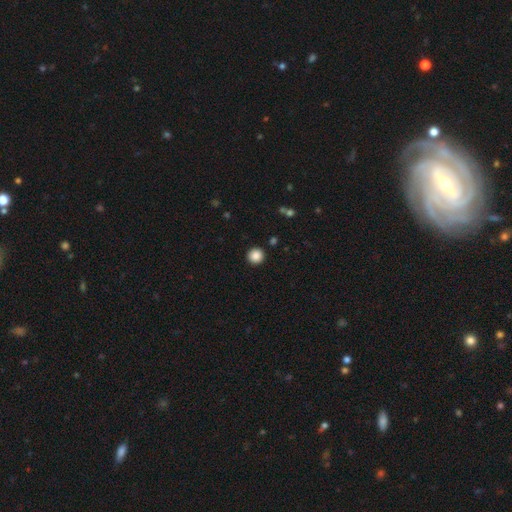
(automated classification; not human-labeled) The model was most divided on "smooth or featured": smooth: 87%, star or artifact: 10%, featured or disk: 3%. More confident: how rounded — round (95%); merging — none (93%).